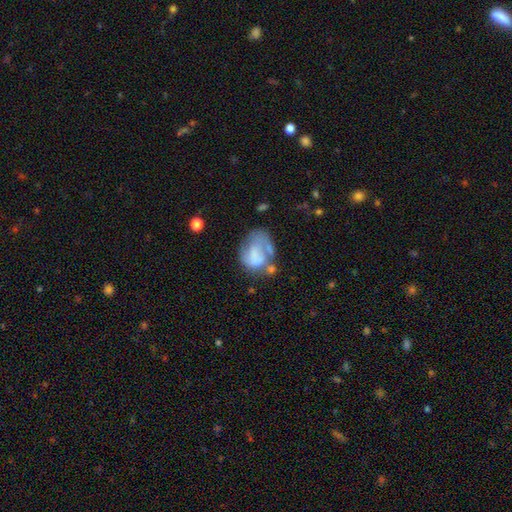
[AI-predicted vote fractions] Smooth or featured? smooth (51%)
How rounded? in between (62%)
Merging? major disturbance (32%)